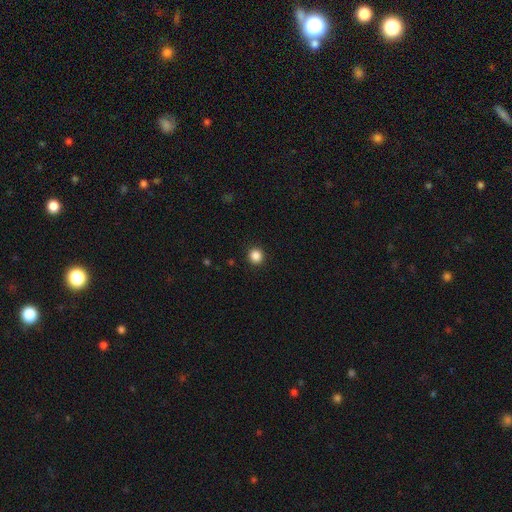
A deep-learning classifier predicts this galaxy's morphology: This appears to be a smooth galaxy with no disk features (86%) that is round (93%). Merging: none (92%).